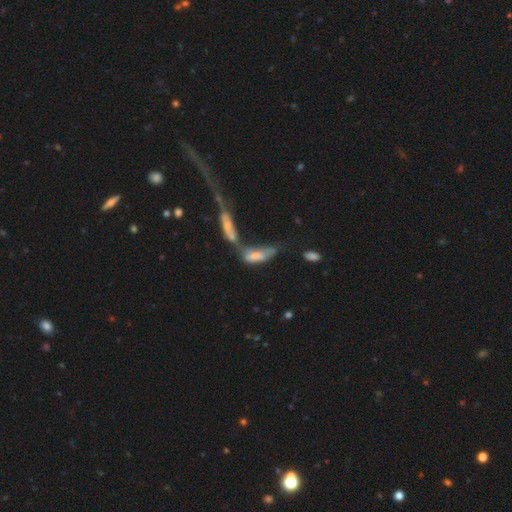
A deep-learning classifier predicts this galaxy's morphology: type=smooth (58%); roundness=in between (62%); merging=merger (68%).